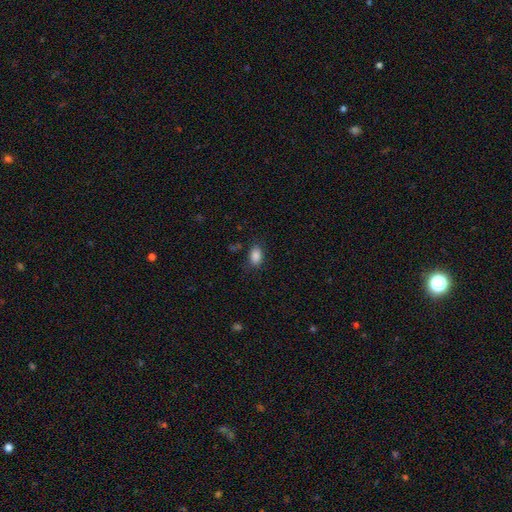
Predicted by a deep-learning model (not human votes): This appears to be a smooth galaxy with no disk features (87%) that is in between round and cigar-shaped (87%). Merging: none (79%).